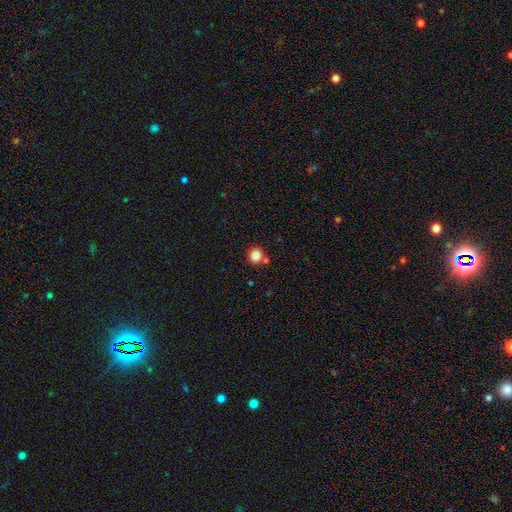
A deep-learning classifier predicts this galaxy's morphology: Smooth or featured: smooth — 84% (star or artifact — 11%)
How rounded: round — 84% (in between — 15%)
Merging: none — 75% (merger — 13%)